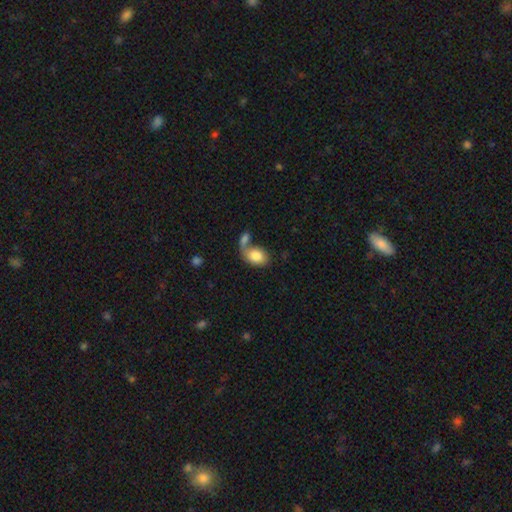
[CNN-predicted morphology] A smooth galaxy with no disk features (80%) that is in between round and cigar-shaped (80%). Merging: merger (43%).